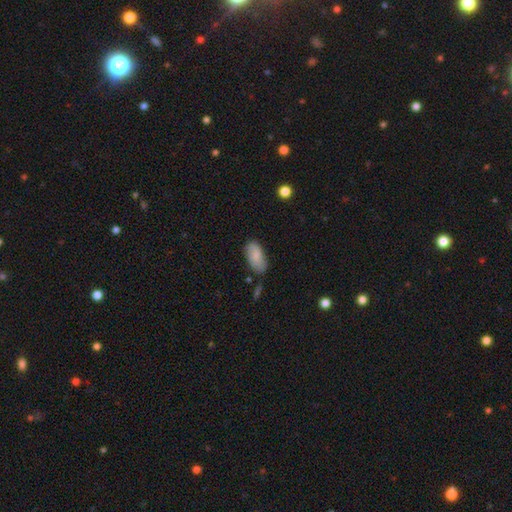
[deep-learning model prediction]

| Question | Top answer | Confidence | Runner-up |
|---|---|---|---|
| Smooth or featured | smooth | 82% | featured or disk (12%) |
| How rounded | in between | 93% | cigar-shaped (4%) |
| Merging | none | 70% | minor disturbance (22%) |